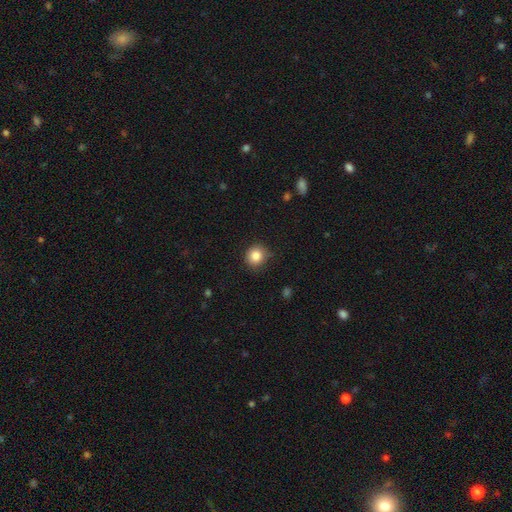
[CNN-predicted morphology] The model was most divided on "merging": none: 81%, minor disturbance: 14%, major disturbance: 3%, merger: 1%. More confident: how rounded — round (88%); smooth or featured — smooth (86%).